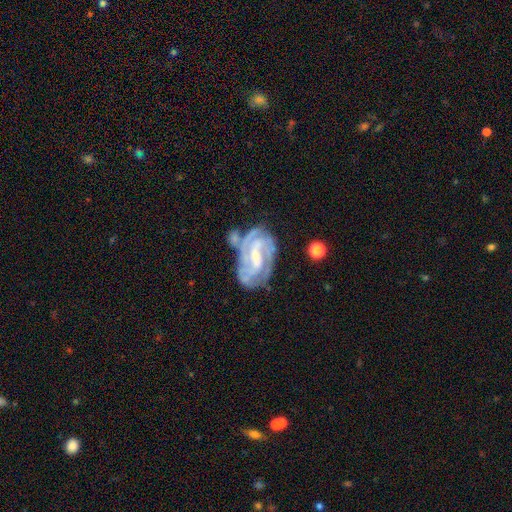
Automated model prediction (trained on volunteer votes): Smooth or featured? featured or disk (87%)
Edge-on disk? no (97%)
Bar? weak (48%)
Spiral arms? yes (95%)
Spiral winding? tight (52%)
Spiral arm count? 2 (32%)
Bulge size? small (61%)
Merging? none (48%)